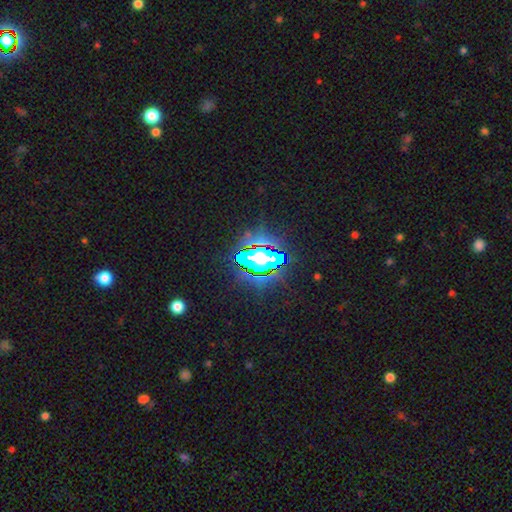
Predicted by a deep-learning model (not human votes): Smooth or featured?
  - star or artifact: 84% *
  - smooth: 9%
  - featured or disk: 7%